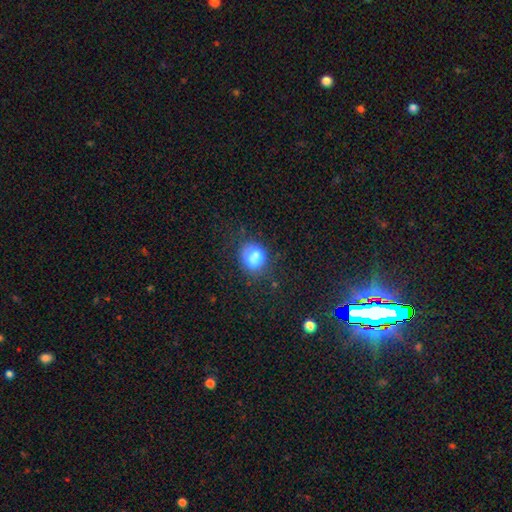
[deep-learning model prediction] A smooth galaxy with no disk features (75%) that is round (65%). Merging: none (57%).